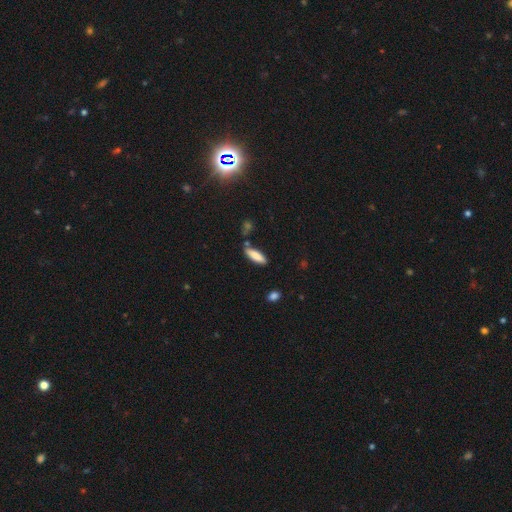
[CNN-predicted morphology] type=smooth (83%); roundness=cigar-shaped (55%); merging=none (73%).